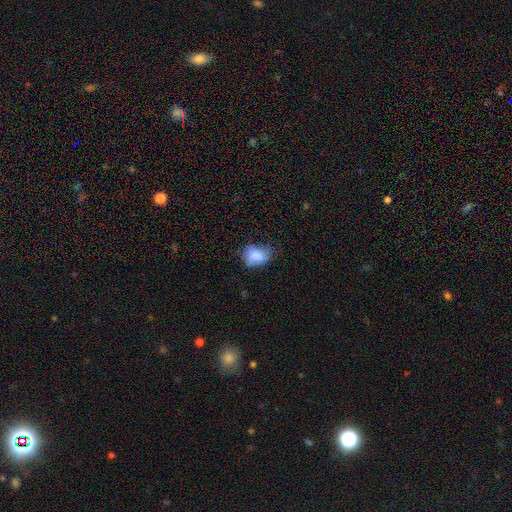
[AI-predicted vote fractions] Smooth or featured: smooth — 78% (featured or disk — 13%)
How rounded: in between — 70% (round — 29%)
Merging: none — 51% (minor disturbance — 34%)